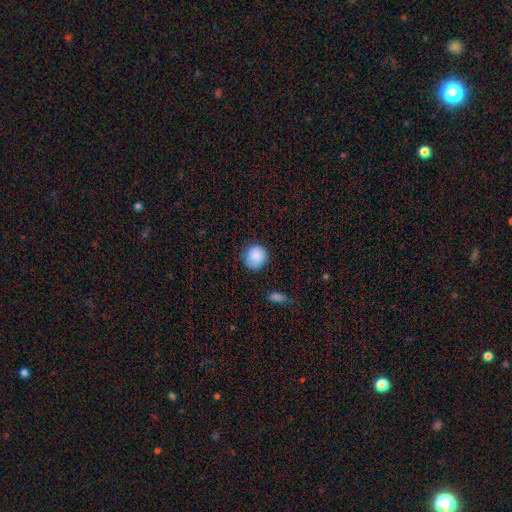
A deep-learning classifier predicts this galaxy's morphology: Smooth or featured?
  - smooth: 87% *
  - star or artifact: 8%
  - featured or disk: 5%
How rounded?
  - round: 87% *
  - in between: 12%
  - cigar-shaped: 1%
Merging?
  - none: 78% *
  - minor disturbance: 17%
  - major disturbance: 3%
  - merger: 2%